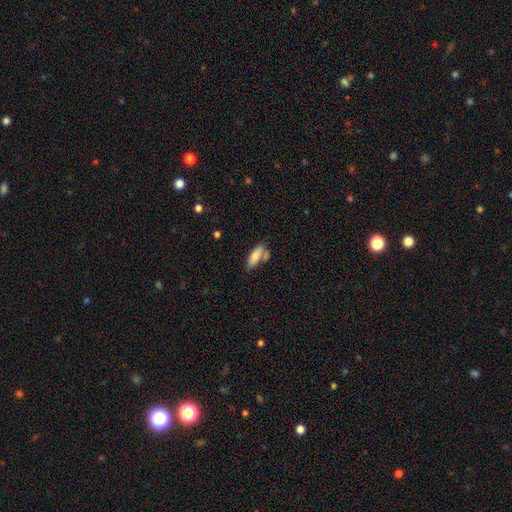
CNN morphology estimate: smooth-or-featured: smooth: 78% | featured or disk: 14% | star or artifact: 7%
  how-rounded: in between: 70% | cigar-shaped: 28% | round: 2%
  merging: none: 43% | merger: 30% | minor disturbance: 19% | major disturbance: 8%